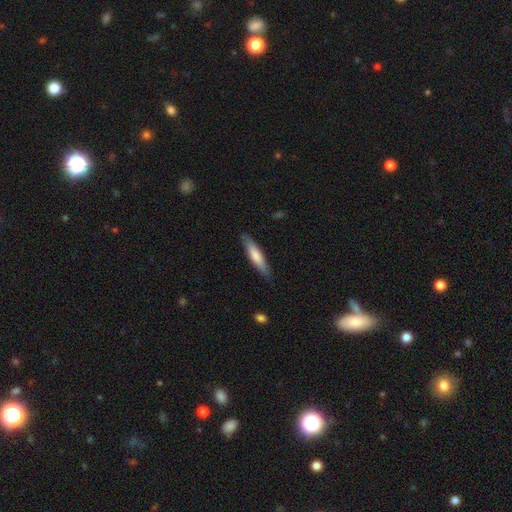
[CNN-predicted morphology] Q: Smooth or featured?
A: smooth (70%); runner-up: featured or disk (25%)
Q: How rounded?
A: cigar-shaped (82%); runner-up: in between (17%)
Q: Merging?
A: none (85%); runner-up: minor disturbance (12%)